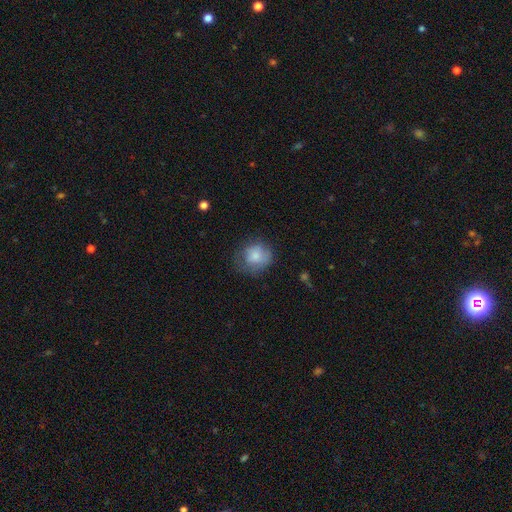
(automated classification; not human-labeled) A smooth galaxy with no disk features (78%) that is round (75%).

Vote fractions:
- Smooth or featured? smooth: 78% / featured or disk: 14% / star or artifact: 8%
- How rounded? round: 75% / in between: 24% / cigar-shaped: 1%
- Merging? none: 60% / minor disturbance: 27% / major disturbance: 12% / merger: 2%